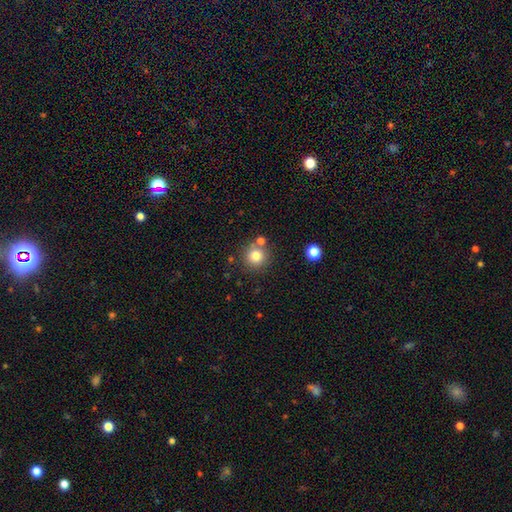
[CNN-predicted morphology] smooth_or_featured: smooth (p=0.80) [alt: star or artifact p=0.12]
how_rounded: round (p=0.93) [alt: in between p=0.06]
merging: none (p=0.76) [alt: merger p=0.12]